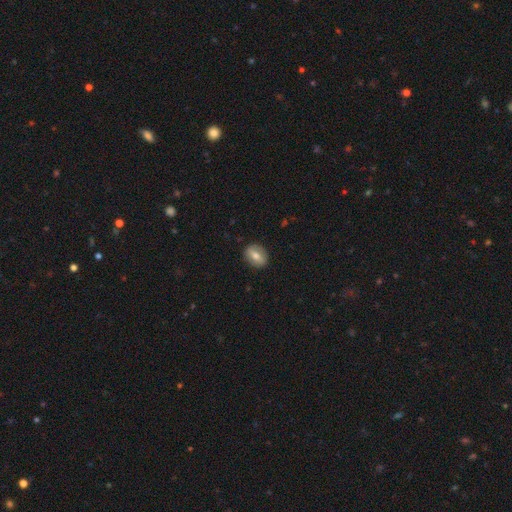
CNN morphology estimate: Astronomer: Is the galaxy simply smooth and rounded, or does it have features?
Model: smooth — 61%.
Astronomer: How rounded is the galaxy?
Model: in between — 66%.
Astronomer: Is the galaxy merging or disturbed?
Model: none — 86%.